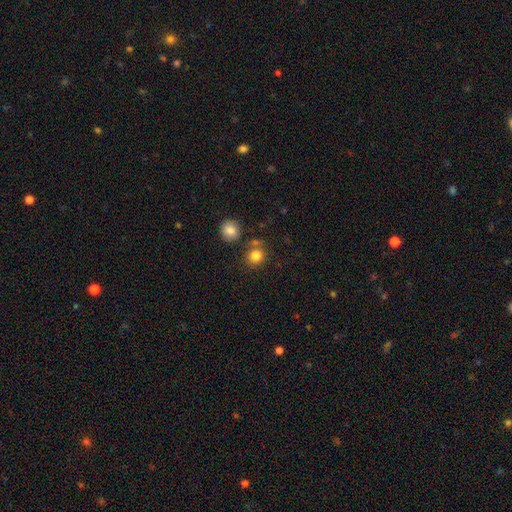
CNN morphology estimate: Smooth or featured?
  - smooth: 83% *
  - star or artifact: 11%
  - featured or disk: 6%
How rounded?
  - round: 82% *
  - in between: 18%
  - cigar-shaped: 1%
Merging?
  - none: 72% *
  - merger: 15%
  - minor disturbance: 10%
  - major disturbance: 4%